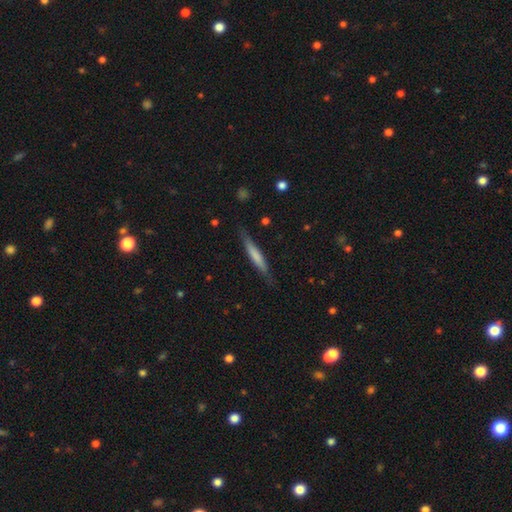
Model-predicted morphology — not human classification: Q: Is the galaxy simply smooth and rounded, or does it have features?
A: smooth — 61%.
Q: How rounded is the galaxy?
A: cigar-shaped — 93%.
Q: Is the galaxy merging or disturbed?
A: none — 82%.